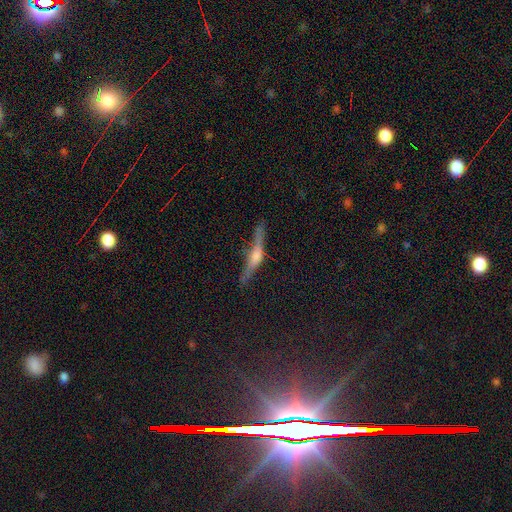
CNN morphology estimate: featured or disk 66%, smooth 23%, star or artifact 11%. Down the decision tree: edge-on disk — yes (95%); edge-on bulge — rounded (78%); merging — none (75%).